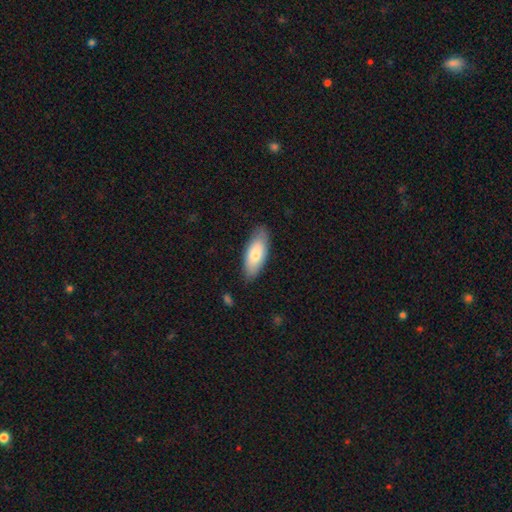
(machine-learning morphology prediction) Overall: smooth (76%). How rounded: in between (81%). Merging: none (80%).